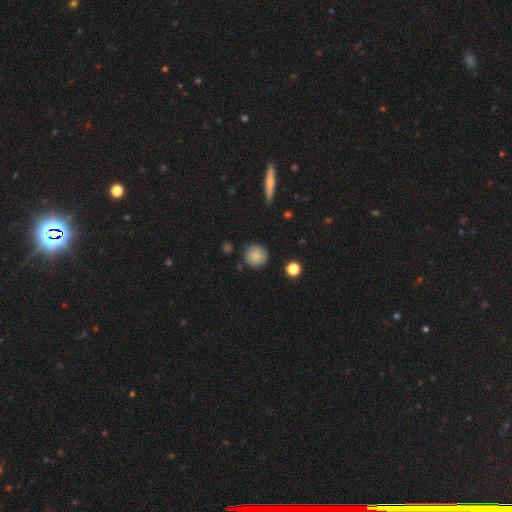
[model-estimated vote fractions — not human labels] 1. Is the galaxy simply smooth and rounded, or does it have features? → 86% smooth, 9% star or artifact, 6% featured or disk.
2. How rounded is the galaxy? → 94% round, 5% in between, 1% cigar-shaped.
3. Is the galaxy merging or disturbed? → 87% none, 9% minor disturbance, 2% major disturbance, 2% merger.